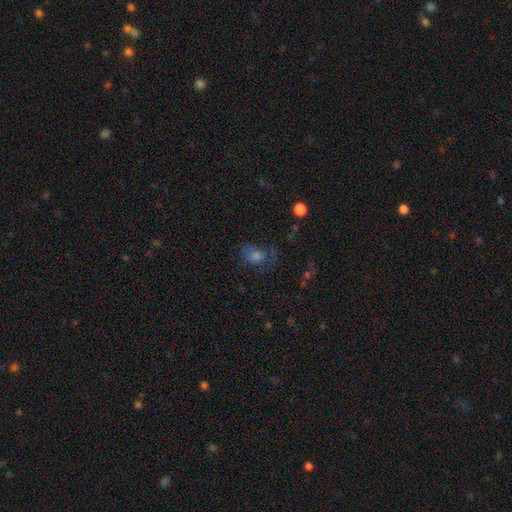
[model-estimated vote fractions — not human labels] This is possibly a smooth galaxy (54%). How rounded: possibly in between (56%). Merging: possibly none (52%).